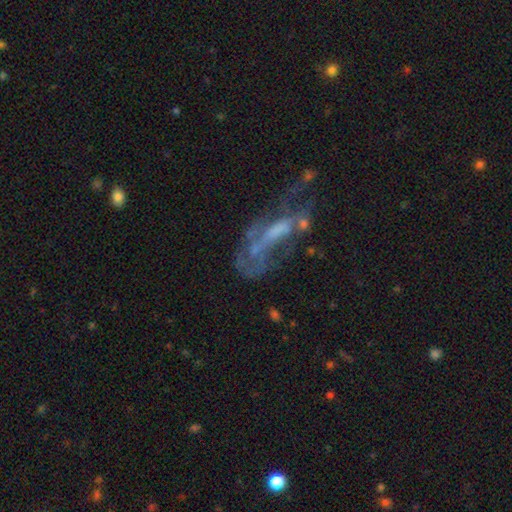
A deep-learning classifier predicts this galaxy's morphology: A featured or disk galaxy (62%) with no bar (55%), no spiral arms (64%) and no central bulge (46%). Merging: major disturbance (39%).